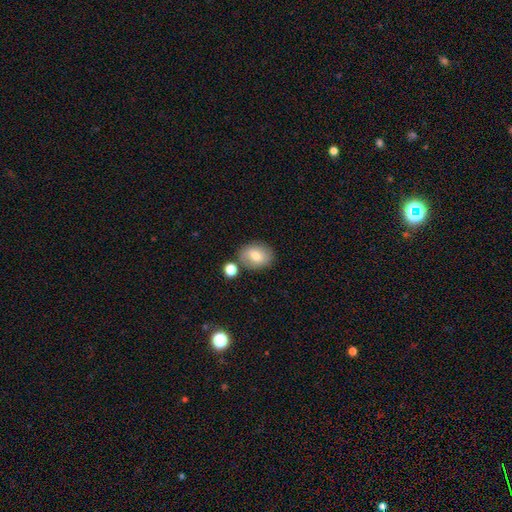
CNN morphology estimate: Smooth or featured? smooth (73%)
How rounded? in between (57%)
Merging? none (74%)